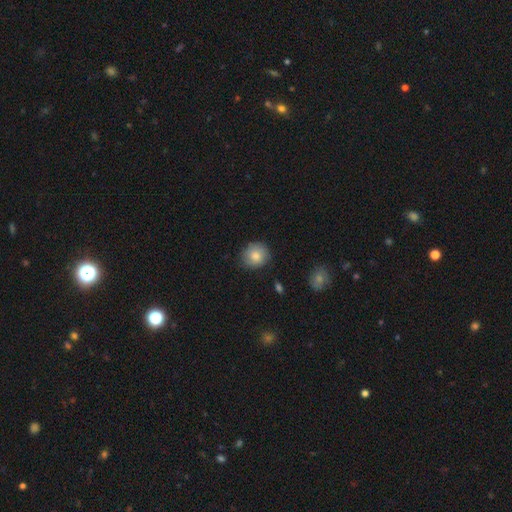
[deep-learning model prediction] A smooth galaxy with no disk features (83%) that is round (84%). Merging: none (82%).